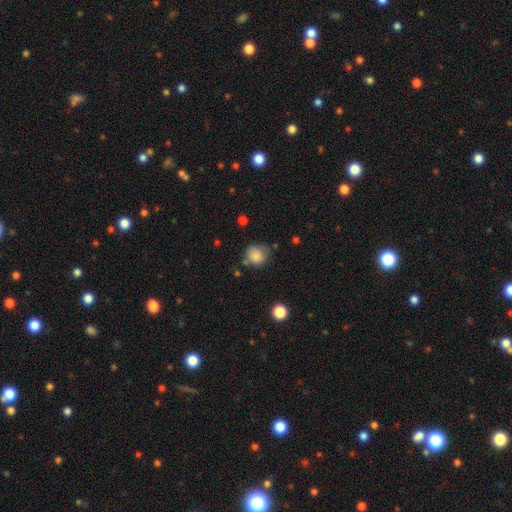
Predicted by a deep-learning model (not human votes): smooth 84%, star or artifact 9%, featured or disk 7%. Down the decision tree: how rounded — round (84%); merging — none (64%).